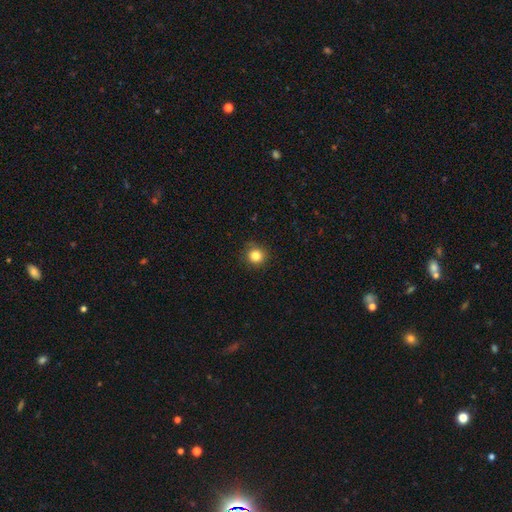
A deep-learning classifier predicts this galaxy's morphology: Overall: smooth (83%). How rounded: round (94%). Merging: none (88%).